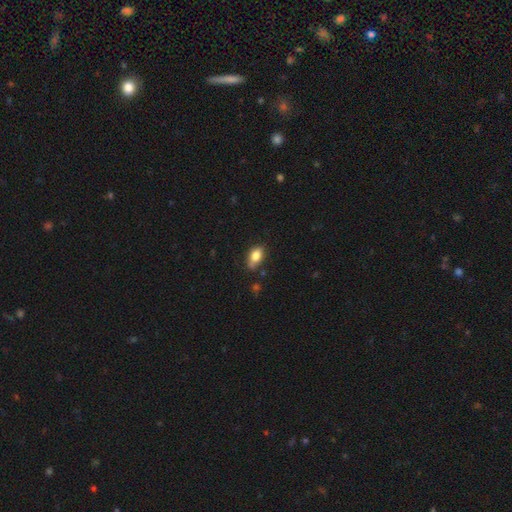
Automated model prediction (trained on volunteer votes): A smooth galaxy with no disk features (80%) that is in between round and cigar-shaped (87%).

Vote fractions:
- Smooth or featured? smooth: 80% / featured or disk: 12% / star or artifact: 8%
- How rounded? in between: 87% / round: 7% / cigar-shaped: 6%
- Merging? none: 63% / minor disturbance: 27% / major disturbance: 5% / merger: 4%